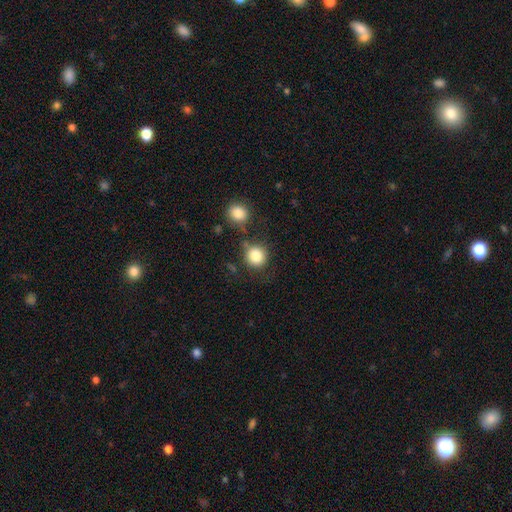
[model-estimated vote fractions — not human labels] Smooth or featured: smooth — 85% (star or artifact — 9%)
How rounded: round — 89% (in between — 10%)
Merging: none — 72% (minor disturbance — 12%)